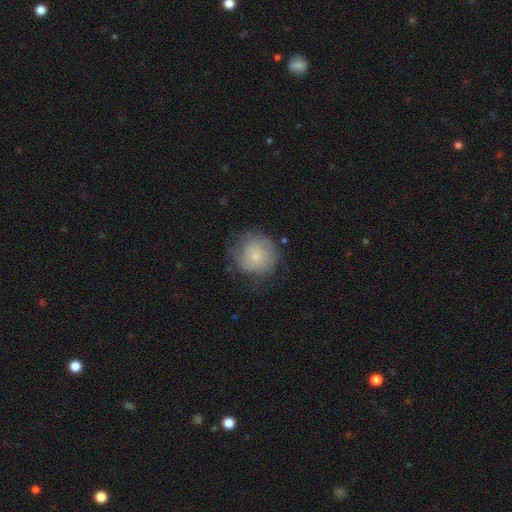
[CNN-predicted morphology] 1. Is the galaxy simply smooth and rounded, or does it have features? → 59% smooth, 33% featured or disk, 8% star or artifact.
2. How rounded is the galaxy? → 90% round, 9% in between, 1% cigar-shaped.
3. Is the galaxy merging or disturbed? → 63% none, 25% minor disturbance, 11% major disturbance, 1% merger.